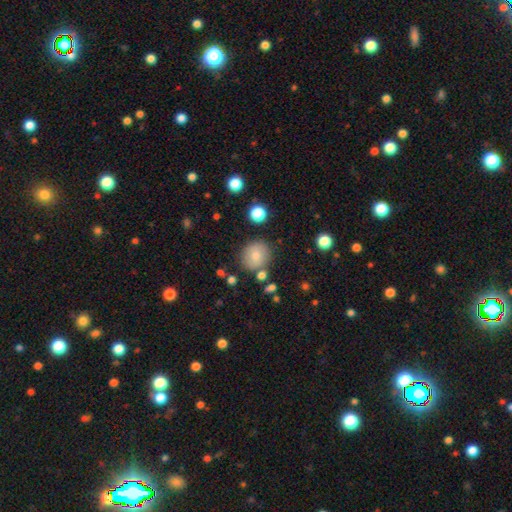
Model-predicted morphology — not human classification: Q: Smooth or featured?
A: smooth (75%); runner-up: featured or disk (15%)
Q: How rounded?
A: round (84%); runner-up: in between (15%)
Q: Merging?
A: none (78%); runner-up: minor disturbance (12%)